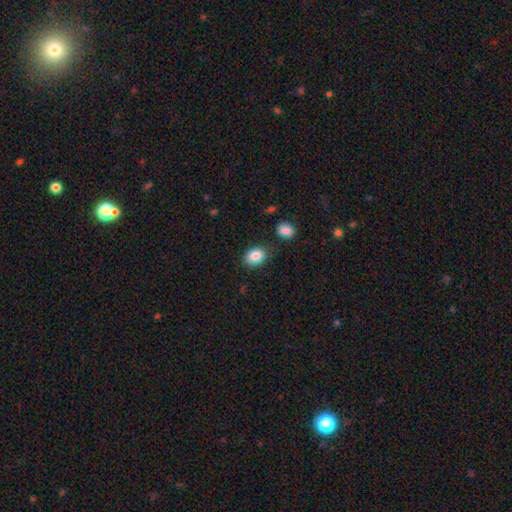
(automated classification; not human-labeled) smooth_or_featured: smooth (p=0.86) [alt: star or artifact p=0.08]
how_rounded: in between (p=0.70) [alt: round p=0.29]
merging: none (p=0.76) [alt: minor disturbance p=0.16]